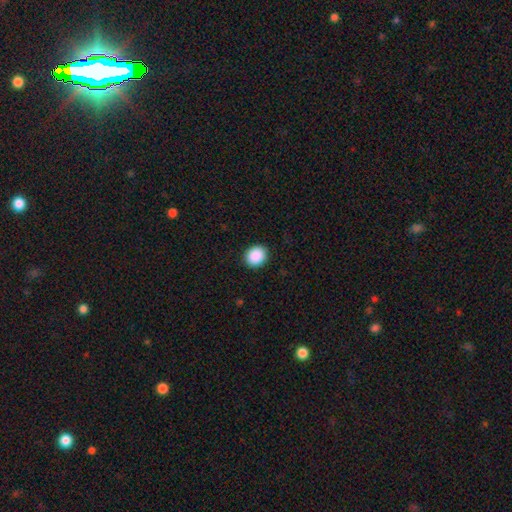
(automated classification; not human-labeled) Smooth or featured: smooth — 90% (star or artifact — 8%)
How rounded: round — 67% (in between — 32%)
Merging: none — 91% (minor disturbance — 6%)